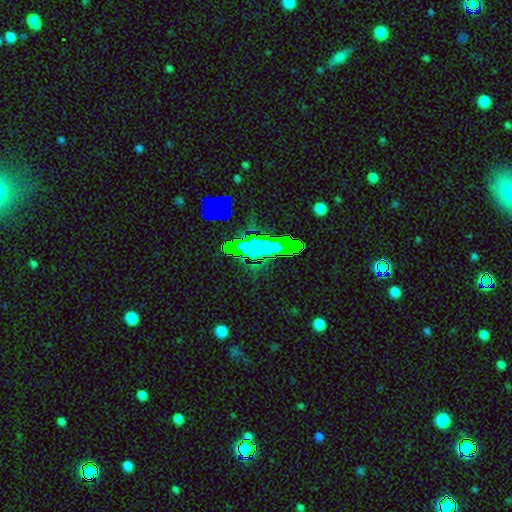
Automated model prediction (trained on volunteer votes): star or artifact 49%, smooth 31%, featured or disk 21%.